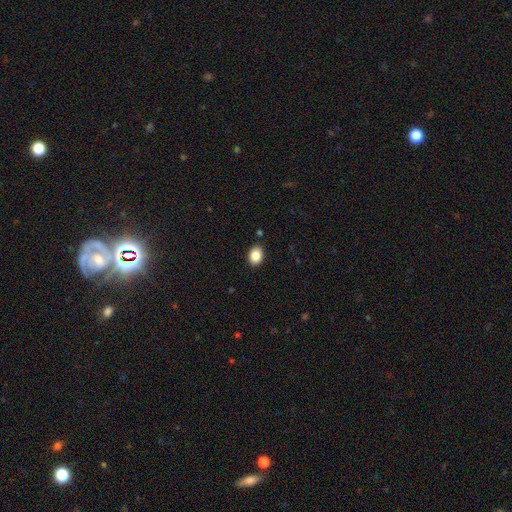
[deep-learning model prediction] This appears to be a smooth galaxy with no disk features (87%) that is in between round and cigar-shaped (67%). Merging: none (90%).